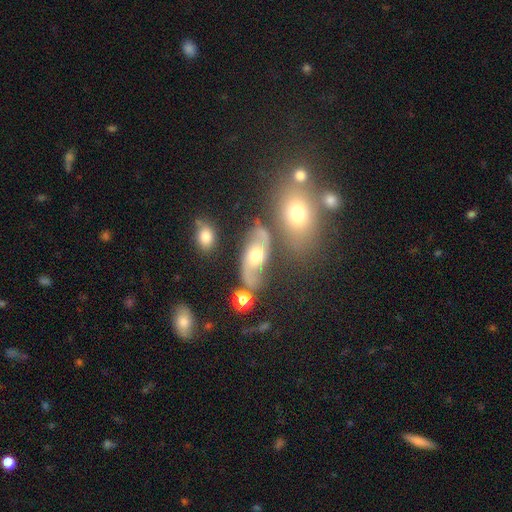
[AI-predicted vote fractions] smooth-or-featured: featured or disk: 63% | smooth: 27% | star or artifact: 10%
  disk-edge-on: no: 91% | yes: 9%
    bar: no: 68% | weak: 26% | strong: 6%
    has-spiral-arms: yes: 83% | no: 17%
    bulge-size: moderate: 69% | large: 16% | small: 11% | none: 2% | dominant: 2%
  merging: none: 63% | minor disturbance: 17% | merger: 12% | major disturbance: 9%